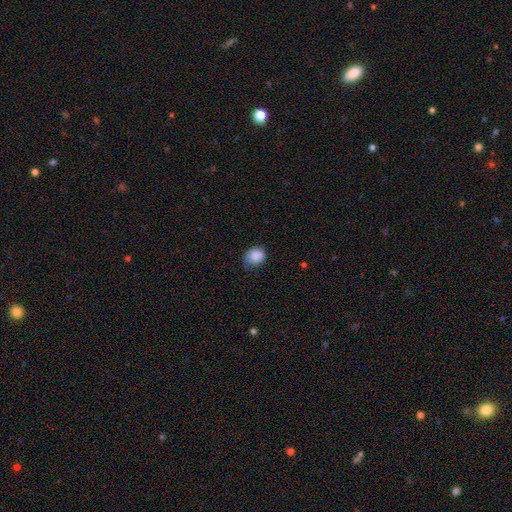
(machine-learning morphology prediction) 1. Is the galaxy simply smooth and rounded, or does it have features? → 87% smooth, 8% star or artifact, 5% featured or disk.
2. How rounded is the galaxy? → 72% round, 28% in between, 1% cigar-shaped.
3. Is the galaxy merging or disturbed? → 62% none, 30% minor disturbance, 7% major disturbance, 1% merger.